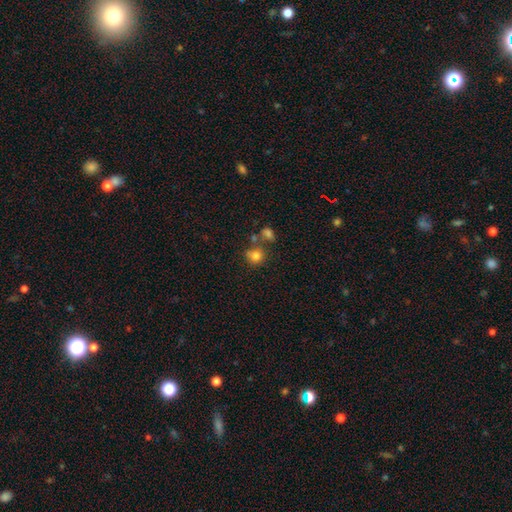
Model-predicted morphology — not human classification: Overall: smooth (80%). How rounded: round (83%). Merging: none (61%).